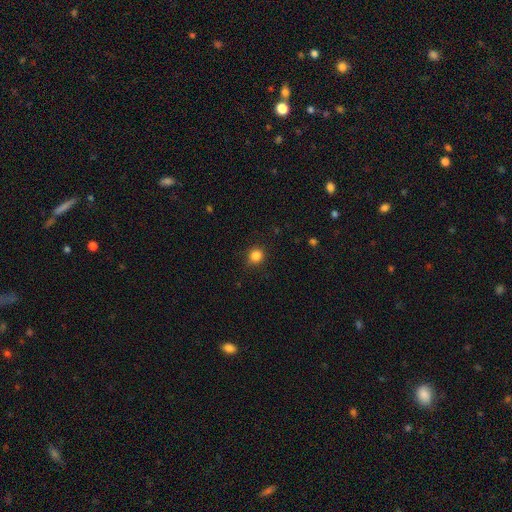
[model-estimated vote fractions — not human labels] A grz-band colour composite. It shows a smooth galaxy with no disk features (84%) that is round (91%). Merging: none (84%).